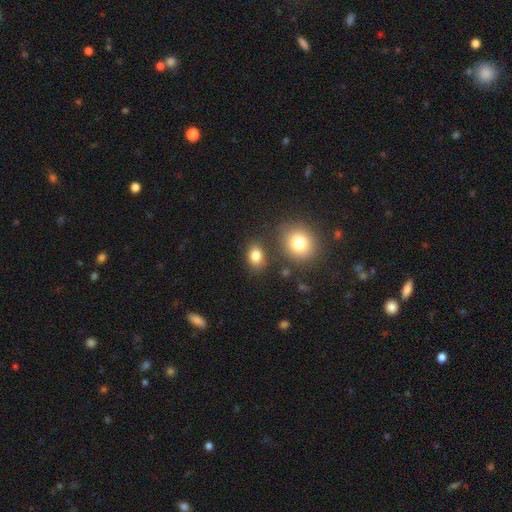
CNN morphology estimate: The model was most divided on "how rounded": in between: 63%, round: 36%, cigar-shaped: 1%. More confident: smooth or featured — smooth (82%); merging — none (78%).